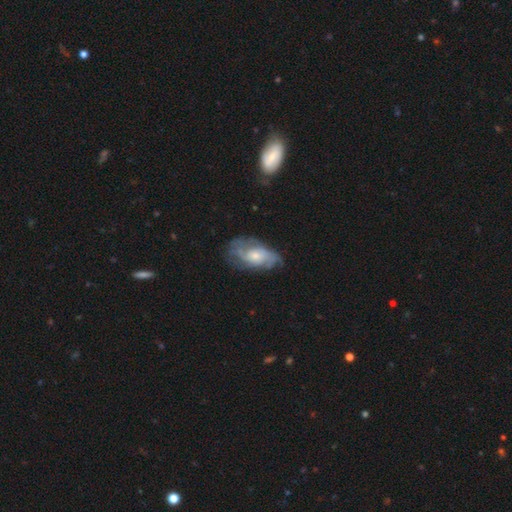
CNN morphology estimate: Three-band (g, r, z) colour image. It shows a featured or disk galaxy (66%) with no bar (74%), medium (42%) spiral arms (81%) and a moderate central bulge (45%). Merging: none (60%).